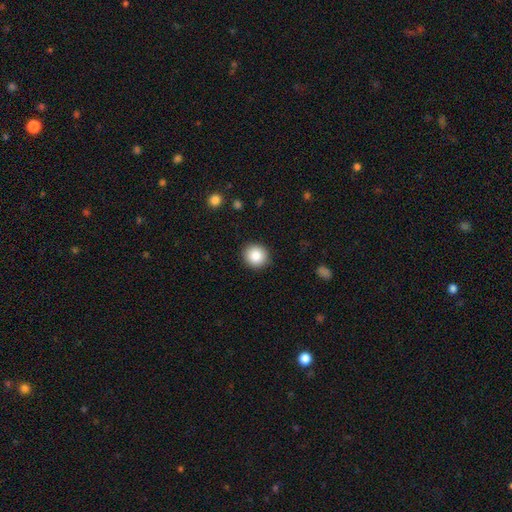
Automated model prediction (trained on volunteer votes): smooth 86%, star or artifact 9%, featured or disk 5%. Down the decision tree: how rounded — round (91%); merging — none (91%).